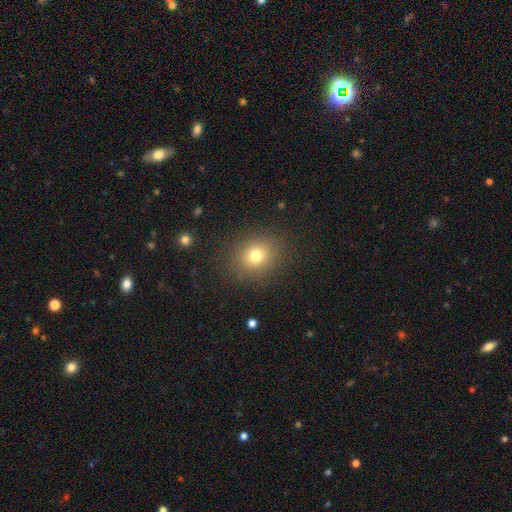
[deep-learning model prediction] The model was most divided on "how rounded": round: 72%, in between: 27%, cigar-shaped: 1%. More confident: merging — none (86%); smooth or featured — smooth (74%).